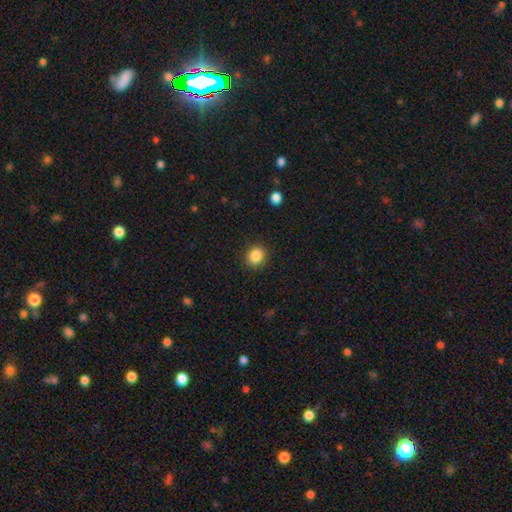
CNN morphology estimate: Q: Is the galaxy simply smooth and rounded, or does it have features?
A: smooth — 86%.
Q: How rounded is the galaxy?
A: round — 81%.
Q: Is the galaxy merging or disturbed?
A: none — 90%.